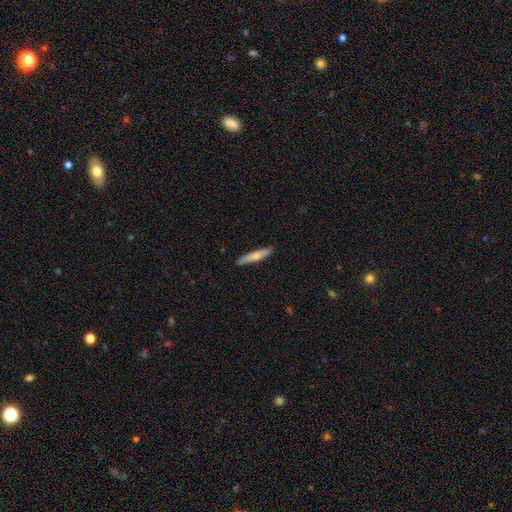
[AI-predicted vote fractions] A smooth galaxy with no disk features (63%) that is cigar-shaped (89%). Merging: none (85%).